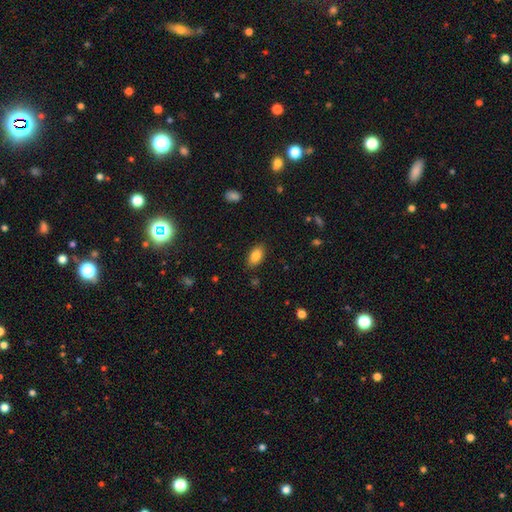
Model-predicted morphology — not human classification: This appears to be a smooth galaxy with no disk features (86%) that is in between round and cigar-shaped (91%). Merging: none (85%).